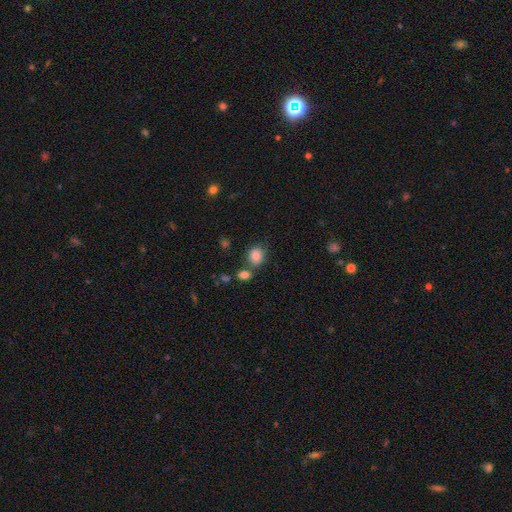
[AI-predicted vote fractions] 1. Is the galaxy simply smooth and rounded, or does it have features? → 85% smooth, 10% star or artifact, 5% featured or disk.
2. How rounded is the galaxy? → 51% in between, 48% round, 1% cigar-shaped.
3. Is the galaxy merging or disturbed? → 62% none, 16% minor disturbance, 16% merger, 5% major disturbance.